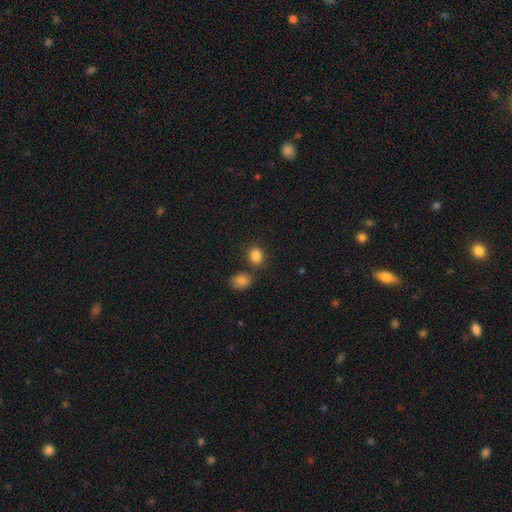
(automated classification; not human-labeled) This appears to be a smooth galaxy with no disk features (85%) that is in between round and cigar-shaped (55%). Merging: none (70%).